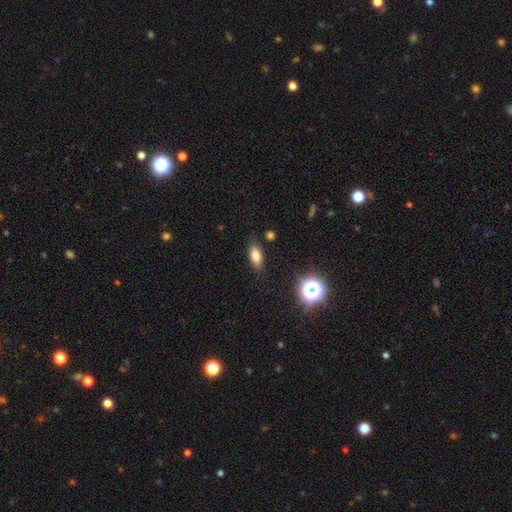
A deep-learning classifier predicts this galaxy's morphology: Smooth or featured?
  - smooth: 79% *
  - star or artifact: 12%
  - featured or disk: 9%
How rounded?
  - in between: 81% *
  - cigar-shaped: 13%
  - round: 5%
Merging?
  - none: 81% *
  - minor disturbance: 13%
  - major disturbance: 3%
  - merger: 2%